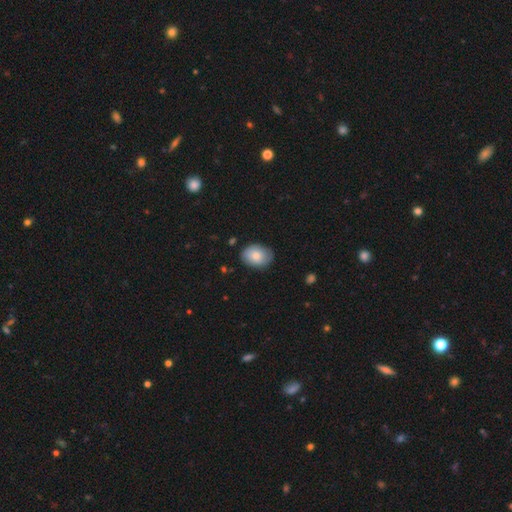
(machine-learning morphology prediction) Smooth or featured? Predicted: smooth (p=0.79). How rounded? Predicted: in between (p=0.71). Merging? Predicted: none (p=0.82).